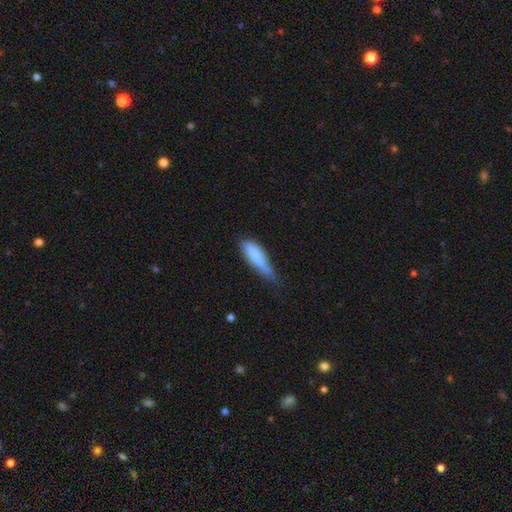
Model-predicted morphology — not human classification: Q: Smooth or featured?
A: smooth (79%); runner-up: featured or disk (15%)
Q: How rounded?
A: cigar-shaped (62%); runner-up: in between (36%)
Q: Merging?
A: minor disturbance (47%); runner-up: none (36%)